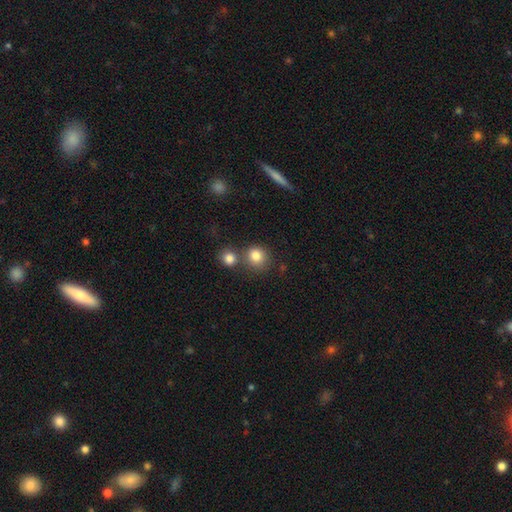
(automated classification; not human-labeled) Overall: smooth (82%). How rounded: round (86%). Merging: none (63%; merger 24%).